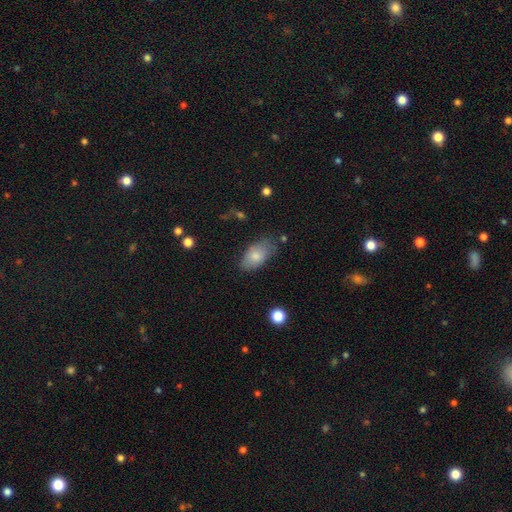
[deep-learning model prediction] Smooth or featured?
  - smooth: 79% *
  - featured or disk: 15%
  - star or artifact: 7%
How rounded?
  - in between: 93% *
  - round: 4%
  - cigar-shaped: 3%
Merging?
  - none: 66% *
  - minor disturbance: 25%
  - major disturbance: 6%
  - merger: 3%